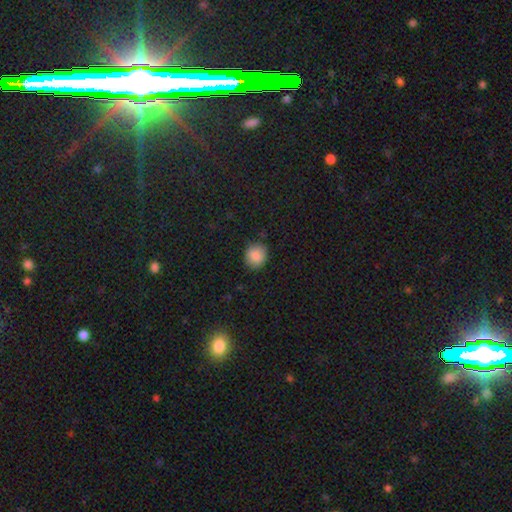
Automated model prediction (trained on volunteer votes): Smooth or featured: smooth — 86% (star or artifact — 9%)
How rounded: round — 79% (in between — 20%)
Merging: none — 85% (minor disturbance — 11%)